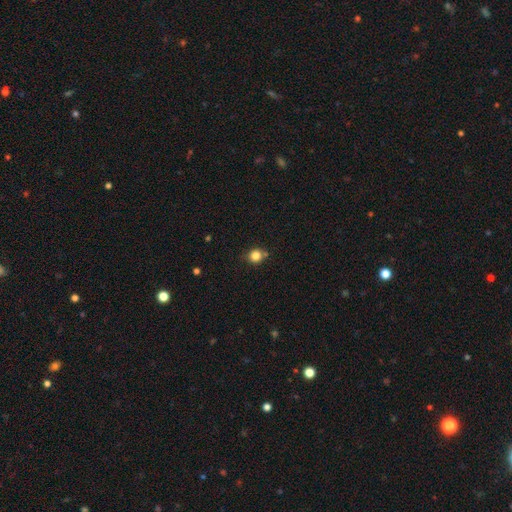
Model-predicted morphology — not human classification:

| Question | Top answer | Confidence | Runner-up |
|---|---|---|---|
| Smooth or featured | smooth | 82% | star or artifact (12%) |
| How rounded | round | 84% | in between (15%) |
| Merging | none | 74% | minor disturbance (15%) |